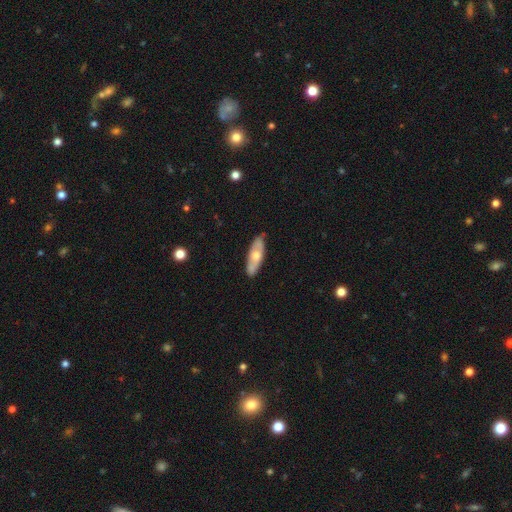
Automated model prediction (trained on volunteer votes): Smooth or featured? Predicted: smooth (p=0.48). Merging? Predicted: none (p=0.83).